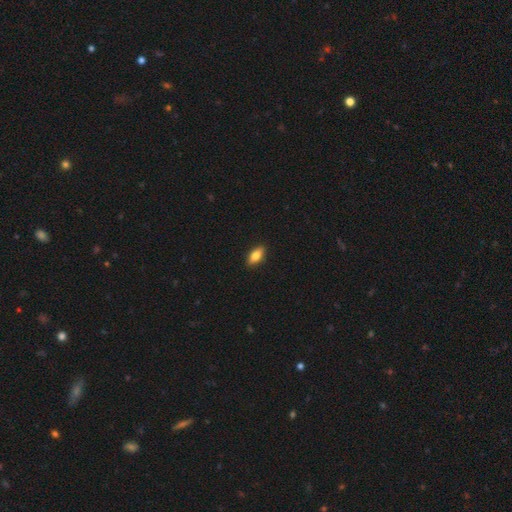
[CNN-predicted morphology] Smooth or featured? smooth (82%)
How rounded? in between (87%)
Merging? none (89%)